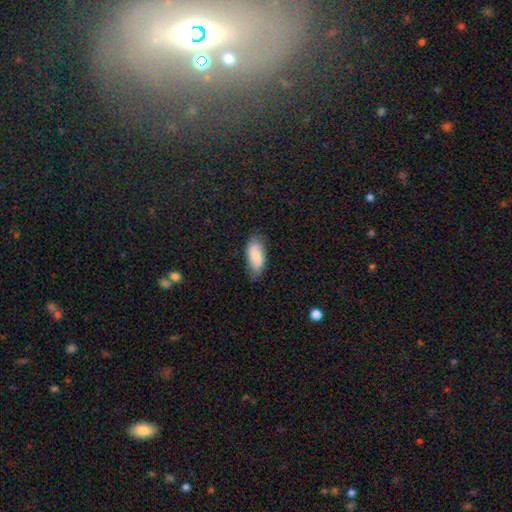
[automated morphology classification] This appears to be a smooth galaxy with no disk features (79%) that is in between round and cigar-shaped (89%). Merging: none (72%).